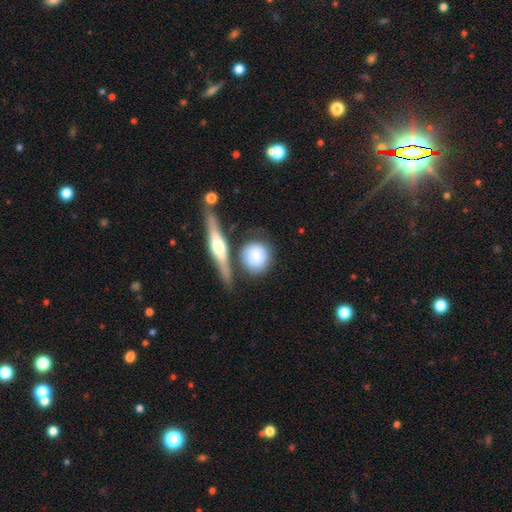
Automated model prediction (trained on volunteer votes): This is likely a smooth galaxy (70%). How rounded: clearly round (84%). Merging: likely none (67%).